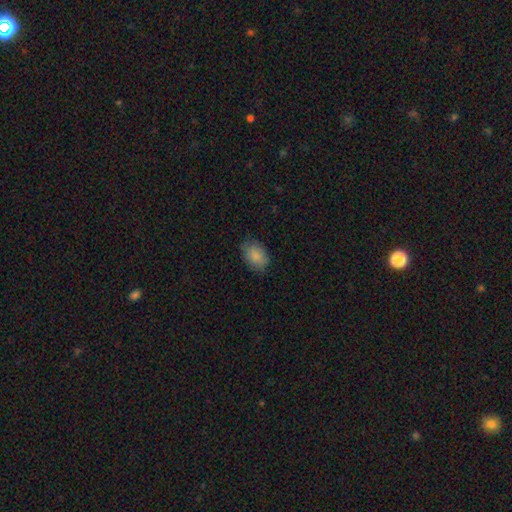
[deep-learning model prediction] This appears to be a smooth galaxy with no disk features (86%) that is in between round and cigar-shaped (82%). Merging: none (78%).